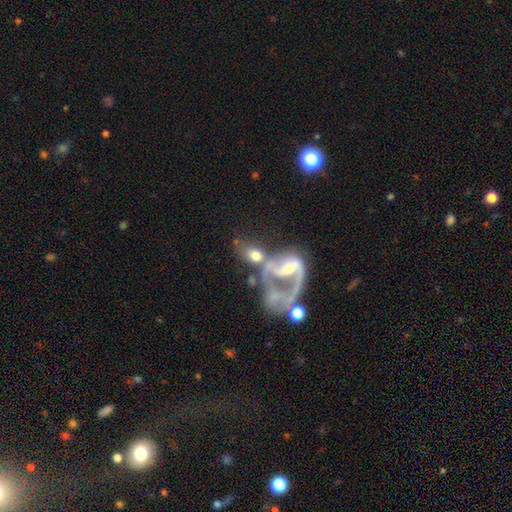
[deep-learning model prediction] This appears to be a featured or disk galaxy (45%, tied with smooth). Merging: merger (52%).